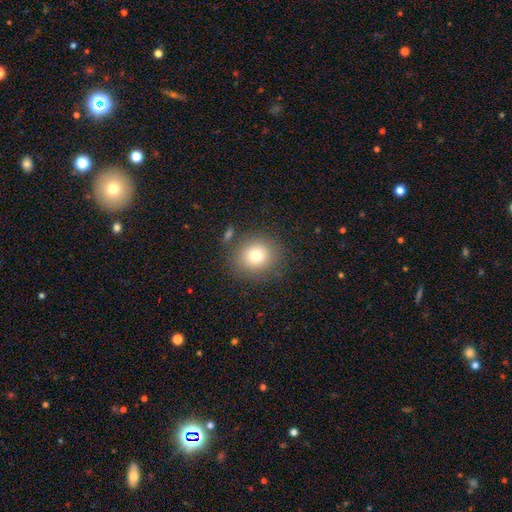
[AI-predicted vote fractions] smooth 78%, star or artifact 12%, featured or disk 10%. Down the decision tree: how rounded — round (87%); merging — none (84%).